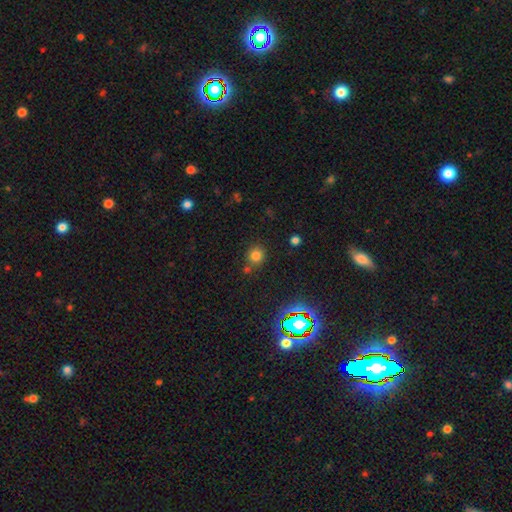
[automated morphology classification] This is likely a smooth galaxy (76%). How rounded: clearly round (86%). Merging: likely none (73%).